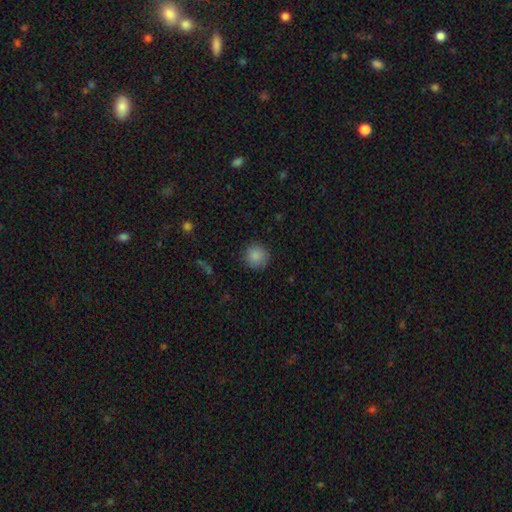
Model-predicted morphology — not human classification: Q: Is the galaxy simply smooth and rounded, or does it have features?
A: smooth — 87%.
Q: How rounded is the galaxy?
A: round — 94%.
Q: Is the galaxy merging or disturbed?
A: none — 89%.